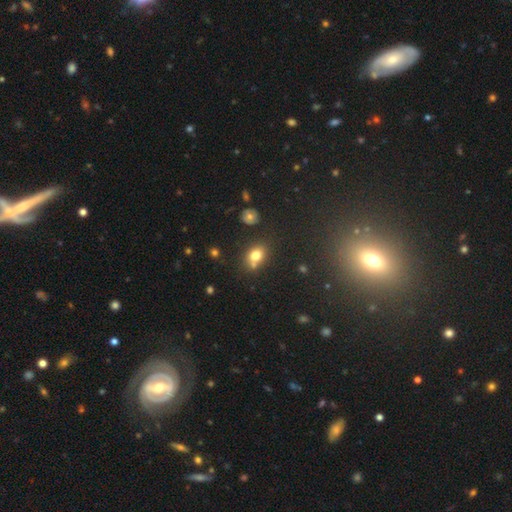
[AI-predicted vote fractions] Smooth or featured?
  - smooth: 74% *
  - star or artifact: 14%
  - featured or disk: 12%
How rounded?
  - in between: 59% *
  - round: 40%
  - cigar-shaped: 2%
Merging?
  - none: 56% *
  - merger: 22%
  - minor disturbance: 16%
  - major disturbance: 5%